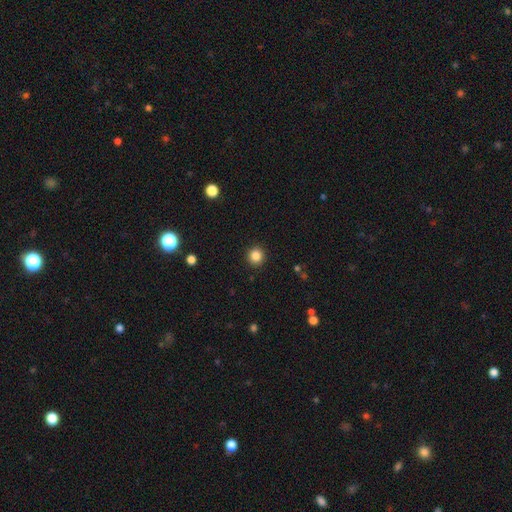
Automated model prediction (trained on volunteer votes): smooth-or-featured: smooth: 85% | star or artifact: 11% | featured or disk: 4%
  how-rounded: round: 94% | in between: 5% | cigar-shaped: 1%
  merging: none: 92% | minor disturbance: 5% | major disturbance: 2% | merger: 1%